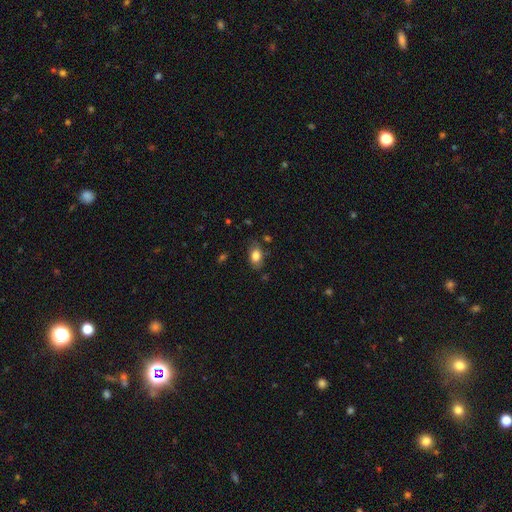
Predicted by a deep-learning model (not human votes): This is clearly a smooth galaxy (81%). How rounded: clearly in between (86%). Merging: likely none (75%).